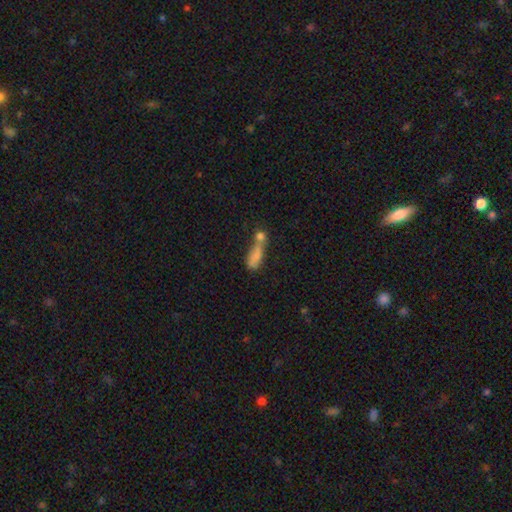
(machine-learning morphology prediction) Smooth or featured?
  - smooth: 74% *
  - featured or disk: 15%
  - star or artifact: 11%
How rounded?
  - in between: 55% *
  - cigar-shaped: 39%
  - round: 7%
Merging?
  - merger: 51% *
  - none: 24%
  - minor disturbance: 14%
  - major disturbance: 11%